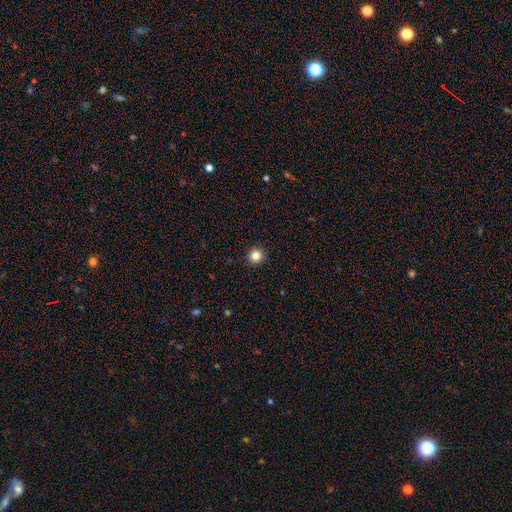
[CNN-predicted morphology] Smooth or featured? smooth (83%)
How rounded? round (94%)
Merging? none (93%)